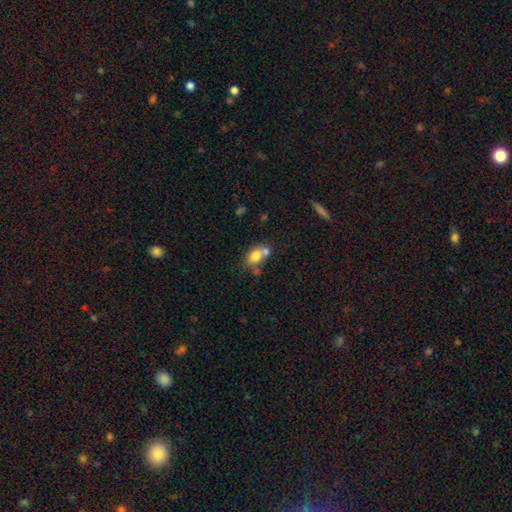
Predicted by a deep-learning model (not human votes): smooth 75%, featured or disk 15%, star or artifact 10%. Down the decision tree: how rounded — in between (73%); merging — merger (42%).